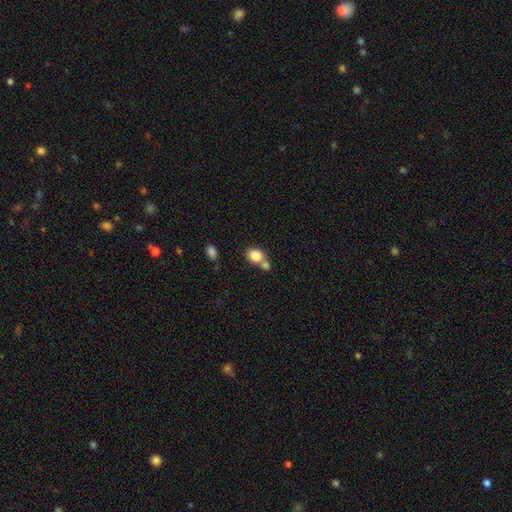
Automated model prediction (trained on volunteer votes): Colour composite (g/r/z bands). It shows a smooth galaxy with no disk features (82%) that is round (62%). Merging: merger (46%).